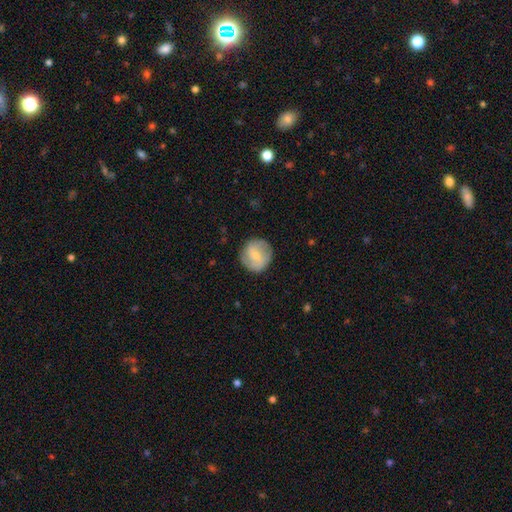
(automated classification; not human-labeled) Smooth or featured? Predicted: smooth (p=0.47). Merging? Predicted: none (p=0.81).